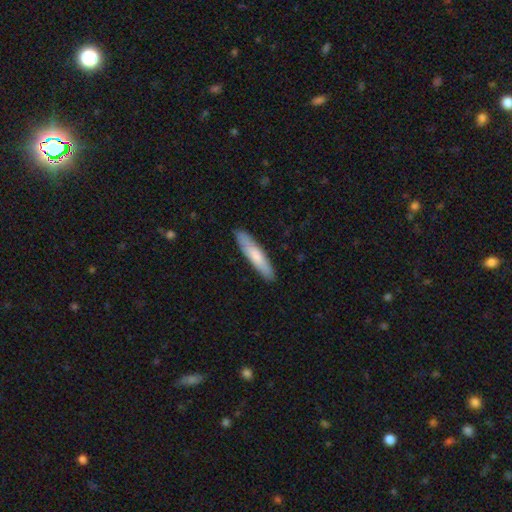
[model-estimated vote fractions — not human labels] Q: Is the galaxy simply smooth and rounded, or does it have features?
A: smooth — 73%.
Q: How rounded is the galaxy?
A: cigar-shaped — 85%.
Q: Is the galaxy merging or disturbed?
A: none — 89%.